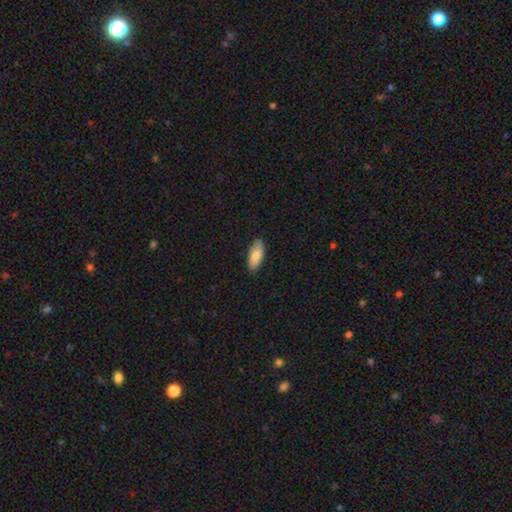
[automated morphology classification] This is clearly a smooth galaxy (84%). How rounded: clearly in between (81%). Merging: clearly none (85%).